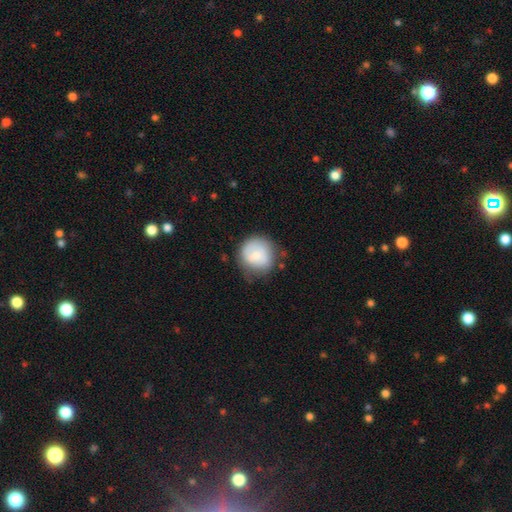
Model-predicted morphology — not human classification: Overall: smooth (71%). How rounded: round (89%). Merging: none (66%).